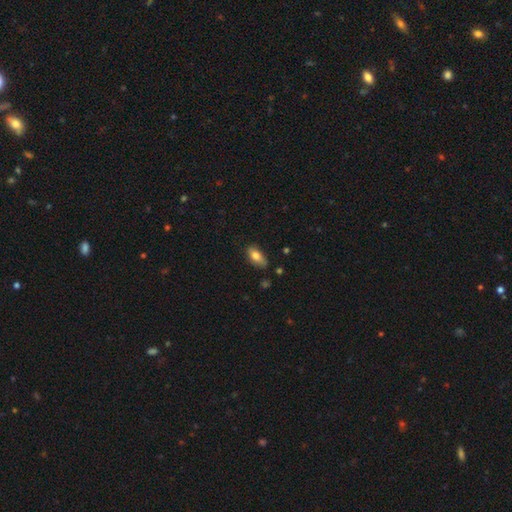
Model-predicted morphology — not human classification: A smooth galaxy with no disk features (79%) that is in between round and cigar-shaped (88%). Merging: none (73%).